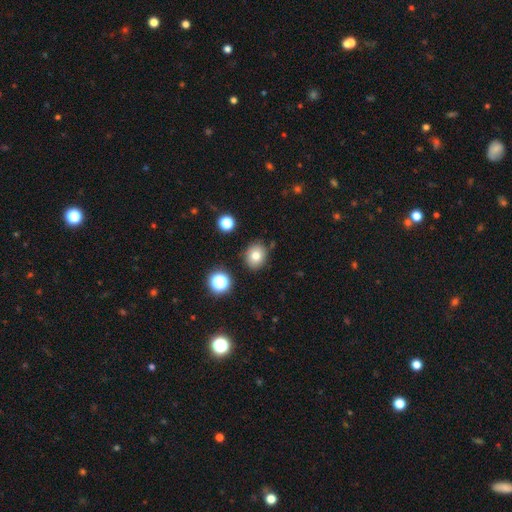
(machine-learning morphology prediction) Smooth or featured? smooth (77%)
How rounded? round (65%)
Merging? none (83%)